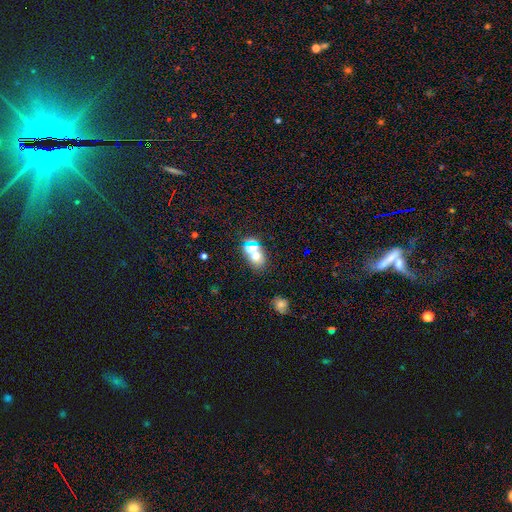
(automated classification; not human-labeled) This appears to be a smooth galaxy with no disk features (57%) that is round (52%). Merging: none (60%).